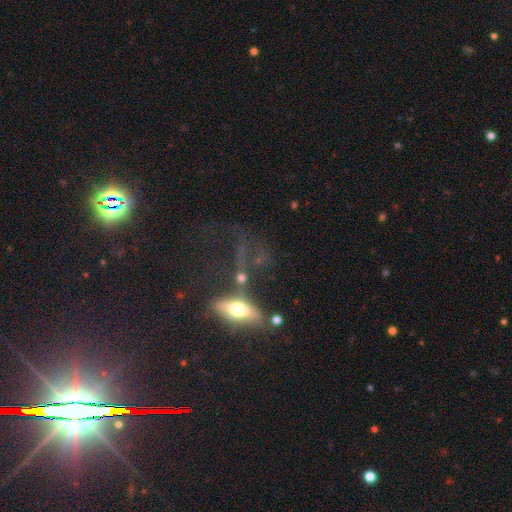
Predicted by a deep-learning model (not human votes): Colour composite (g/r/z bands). It shows a featured or disk galaxy (47%). Merging: none (39%).